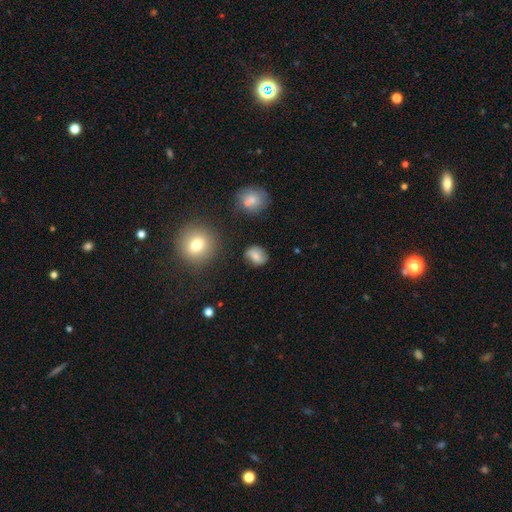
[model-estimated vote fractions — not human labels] The model was most divided on "how rounded": in between: 50%, round: 48%, cigar-shaped: 2%. More confident: merging — none (76%); smooth or featured — smooth (68%).